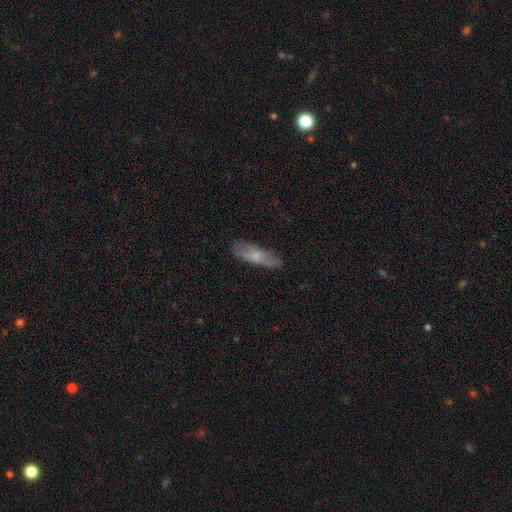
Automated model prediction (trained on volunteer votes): Smooth or featured?
  - smooth: 57% *
  - featured or disk: 36%
  - star or artifact: 7%
How rounded?
  - cigar-shaped: 53% *
  - in between: 45%
  - round: 2%
Merging?
  - none: 73% *
  - minor disturbance: 20%
  - major disturbance: 5%
  - merger: 2%